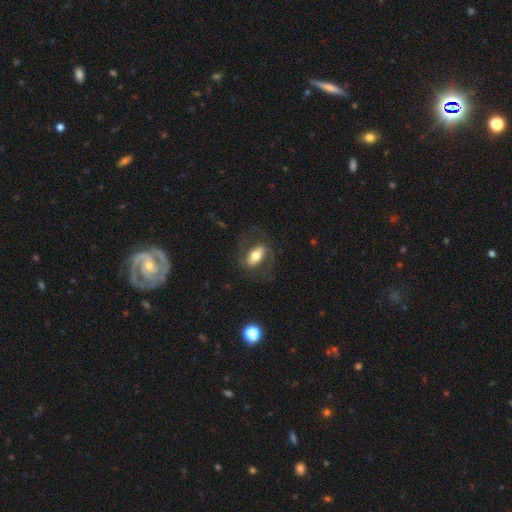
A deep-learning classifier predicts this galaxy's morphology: Overall: smooth (50%; featured or disk 43%). Merging: none (68%).